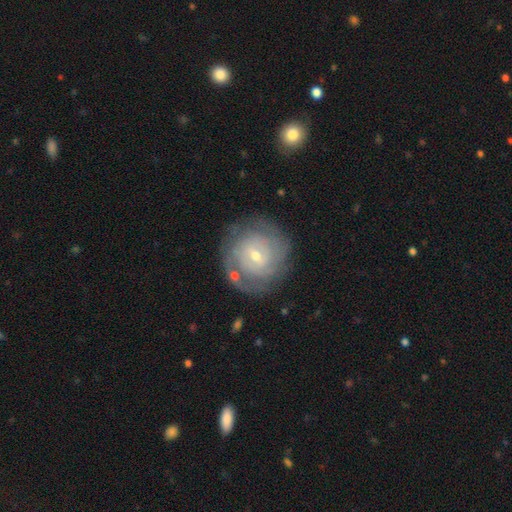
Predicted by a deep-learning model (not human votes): A featured or disk galaxy (76%) with a weak bar (50%), tight (76%) spiral arms (90%) and a small central bulge (61%). Merging: none (80%).